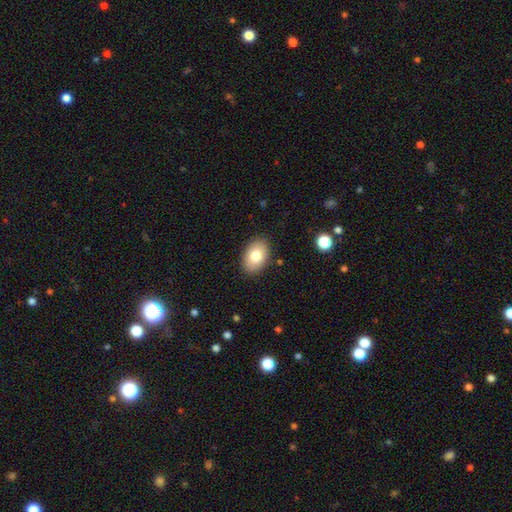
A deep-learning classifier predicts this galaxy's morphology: Smooth or featured?
  - smooth: 79% *
  - featured or disk: 13%
  - star or artifact: 8%
How rounded?
  - in between: 85% *
  - round: 14%
  - cigar-shaped: 1%
Merging?
  - none: 88% *
  - minor disturbance: 9%
  - major disturbance: 2%
  - merger: 1%